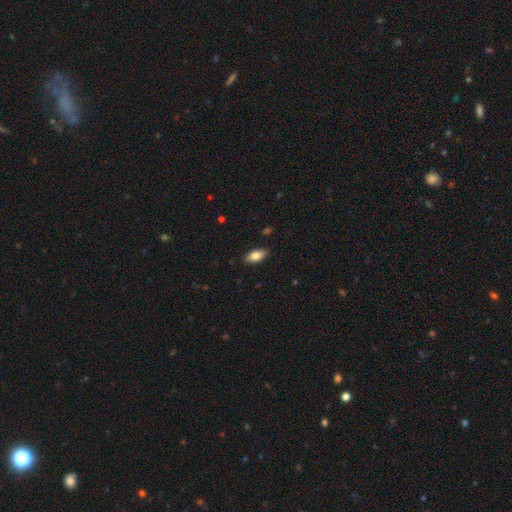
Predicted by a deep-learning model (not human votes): smooth 82%, featured or disk 12%, star or artifact 7%. Down the decision tree: how rounded — in between (89%); merging — none (88%).